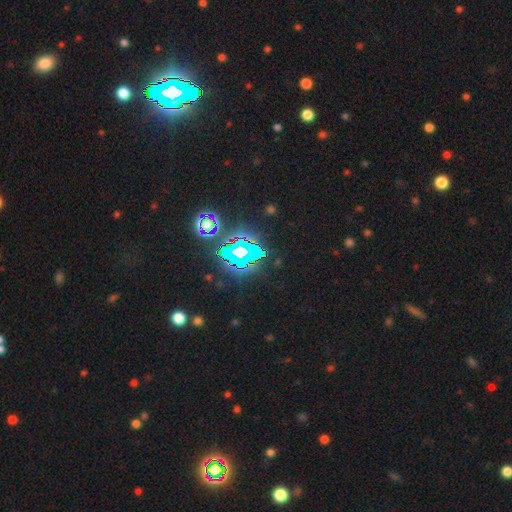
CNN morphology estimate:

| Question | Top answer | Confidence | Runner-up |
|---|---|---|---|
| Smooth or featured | star or artifact | 82% | smooth (10%) |